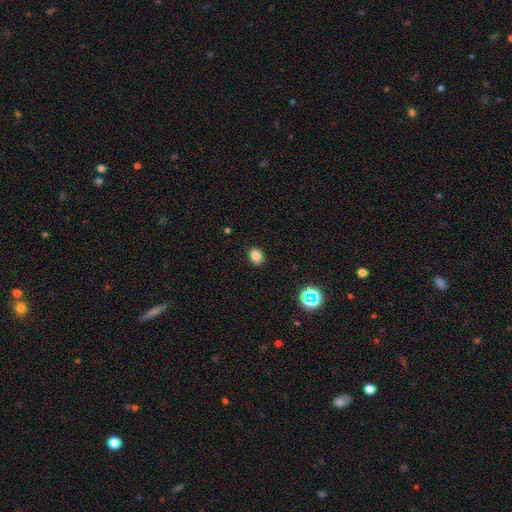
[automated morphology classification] Overall: smooth (83%). How rounded: in between (68%; round 31%). Merging: none (89%).